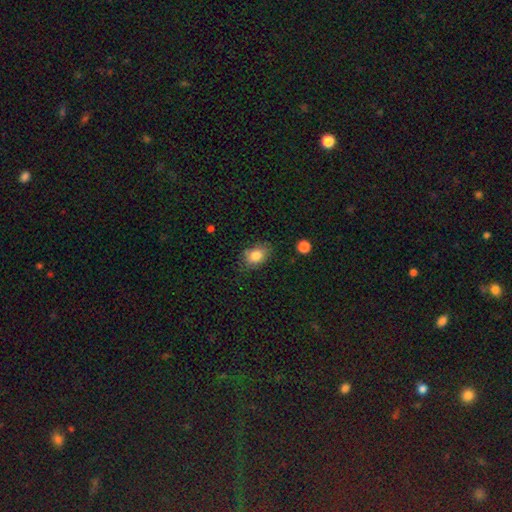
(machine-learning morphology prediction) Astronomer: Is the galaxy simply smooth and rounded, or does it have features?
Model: smooth — 83%.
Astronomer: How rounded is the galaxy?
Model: in between — 76%.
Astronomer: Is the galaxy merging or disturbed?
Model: none — 69%.